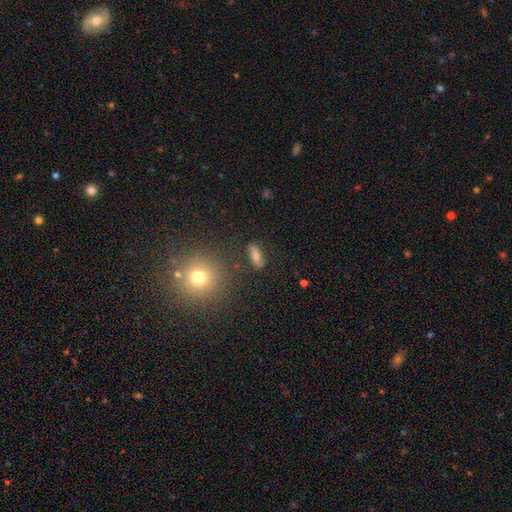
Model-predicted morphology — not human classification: Smooth or featured: smooth — 66% (featured or disk — 18%)
How rounded: in between — 55% (cigar-shaped — 33%)
Merging: none — 85% (minor disturbance — 9%)